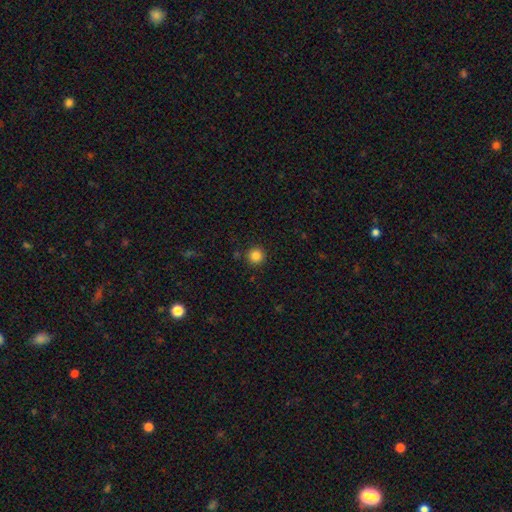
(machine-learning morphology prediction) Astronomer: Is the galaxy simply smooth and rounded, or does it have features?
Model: smooth — 85%.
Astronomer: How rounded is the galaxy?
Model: round — 96%.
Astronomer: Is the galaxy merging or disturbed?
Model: none — 91%.